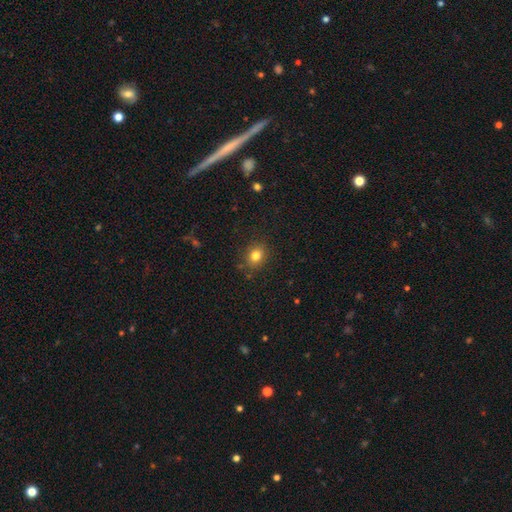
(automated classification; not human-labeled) This is clearly a smooth galaxy (80%). How rounded: likely round (62%). Merging: clearly none (85%).